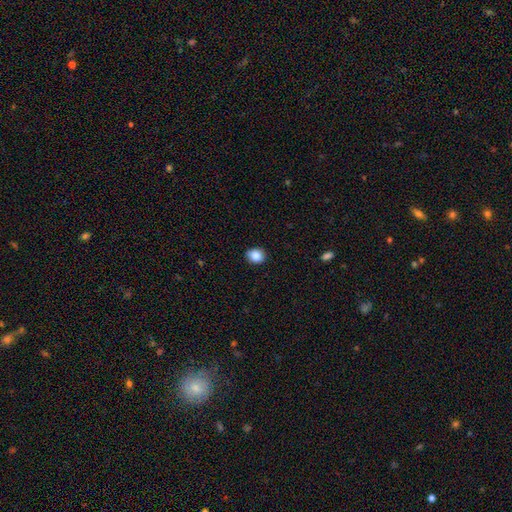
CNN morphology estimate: Smooth or featured? smooth (86%)
How rounded? round (62%)
Merging? none (85%)